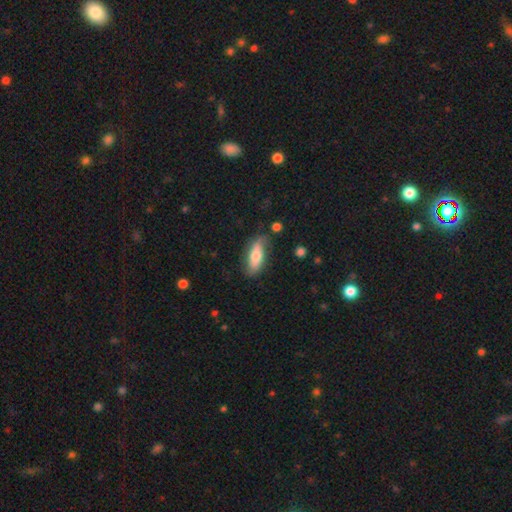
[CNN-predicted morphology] This appears to be a smooth galaxy with no disk features (60%) that is in between round and cigar-shaped (67%). Merging: none (67%).